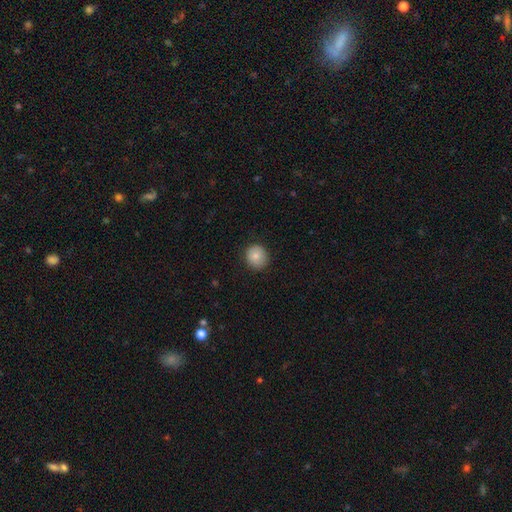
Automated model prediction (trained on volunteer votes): smooth 82%, featured or disk 10%, star or artifact 9%. Down the decision tree: how rounded — round (85%); merging — none (85%).